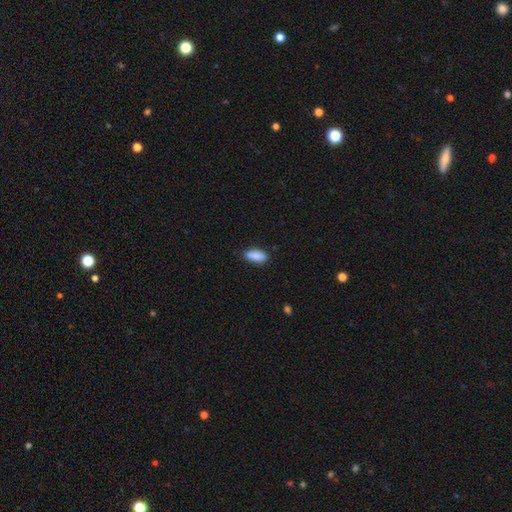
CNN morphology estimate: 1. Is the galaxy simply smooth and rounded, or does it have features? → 87% smooth, 7% star or artifact, 6% featured or disk.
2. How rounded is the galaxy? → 83% in between, 15% cigar-shaped, 2% round.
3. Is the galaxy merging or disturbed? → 80% none, 16% minor disturbance, 3% major disturbance, 2% merger.